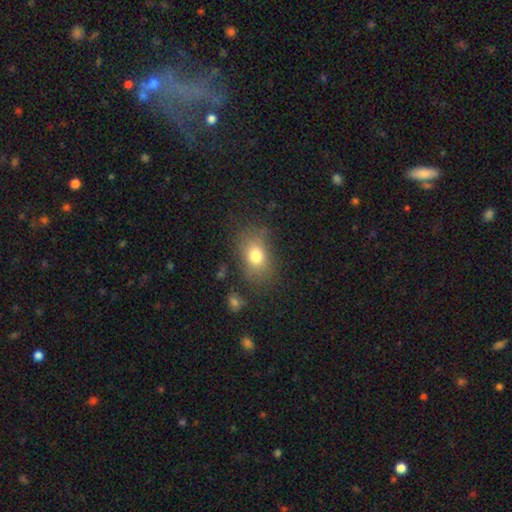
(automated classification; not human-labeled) Q: Smooth or featured?
A: smooth (75%); runner-up: featured or disk (14%)
Q: How rounded?
A: in between (72%); runner-up: round (27%)
Q: Merging?
A: none (65%); runner-up: minor disturbance (21%)